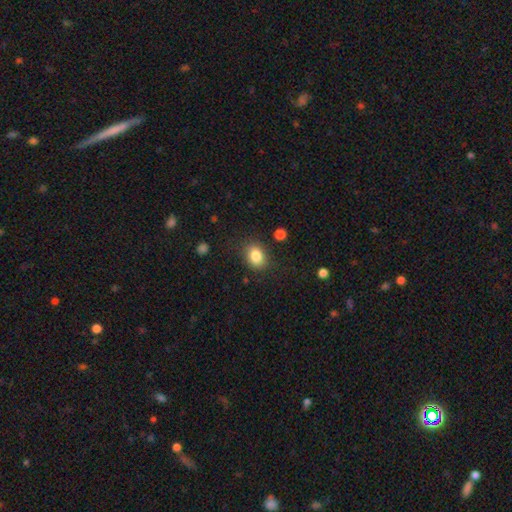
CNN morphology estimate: smooth_or_featured: smooth (p=0.84) [alt: star or artifact p=0.09]
how_rounded: in between (p=0.63) [alt: round p=0.36]
merging: none (p=0.82) [alt: minor disturbance p=0.12]